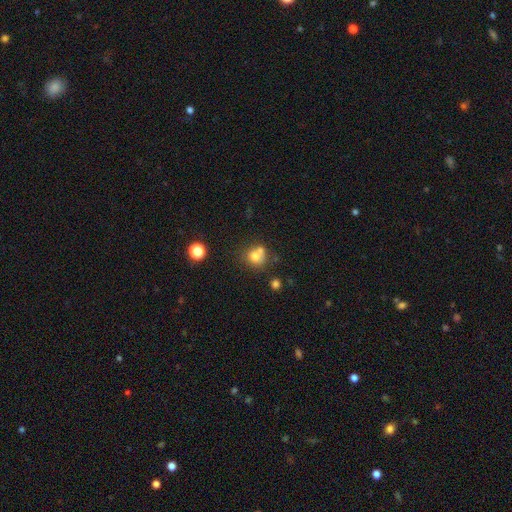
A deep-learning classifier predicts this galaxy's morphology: smooth-or-featured: smooth: 72% | featured or disk: 15% | star or artifact: 13%
  how-rounded: round: 79% | in between: 20% | cigar-shaped: 1%
  merging: none: 44% | merger: 40% | minor disturbance: 11% | major disturbance: 5%